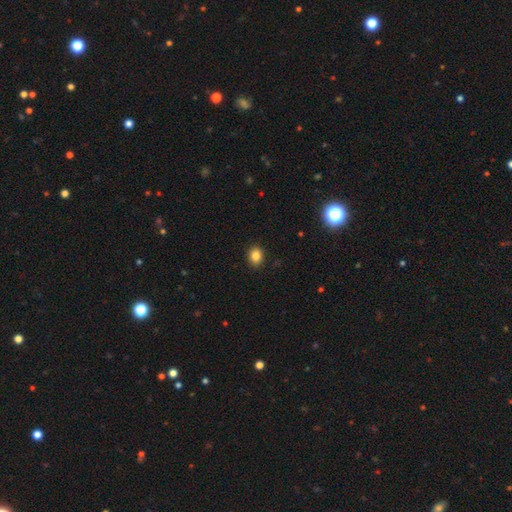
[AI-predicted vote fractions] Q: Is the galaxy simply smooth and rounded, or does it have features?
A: smooth — 85%.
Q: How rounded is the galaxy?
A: round — 53%.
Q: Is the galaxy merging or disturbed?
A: none — 90%.